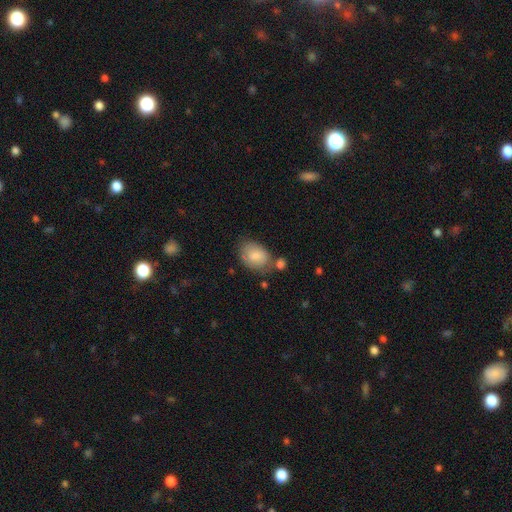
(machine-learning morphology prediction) Overall: smooth (80%). How rounded: in between (79%). Merging: none (58%; minor disturbance 22%).